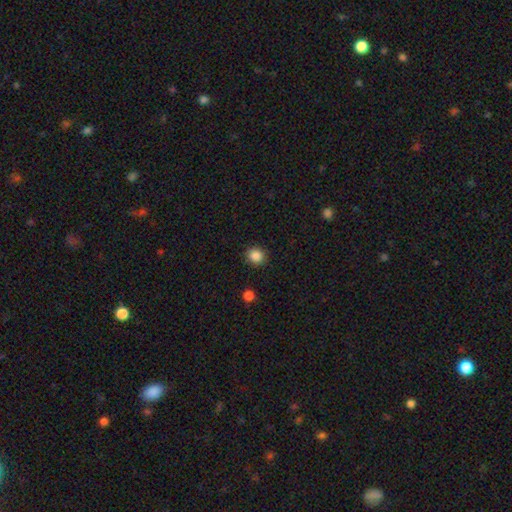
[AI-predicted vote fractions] Smooth or featured?
  - smooth: 87% *
  - star or artifact: 10%
  - featured or disk: 3%
How rounded?
  - round: 79% *
  - in between: 20%
  - cigar-shaped: 1%
Merging?
  - none: 90% *
  - minor disturbance: 7%
  - major disturbance: 2%
  - merger: 1%